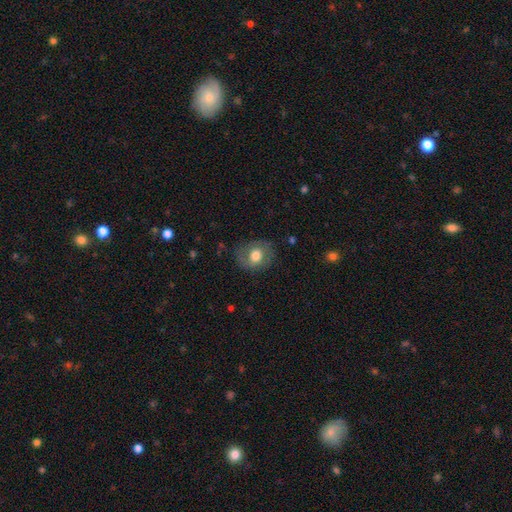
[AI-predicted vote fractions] smooth 60%, featured or disk 32%, star or artifact 8%. Down the decision tree: how rounded — round (58%); merging — none (75%).